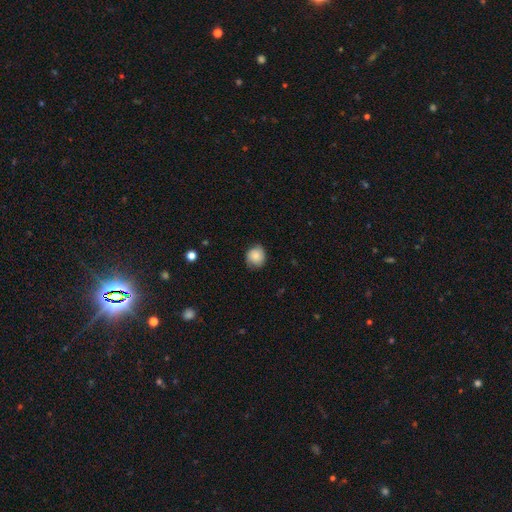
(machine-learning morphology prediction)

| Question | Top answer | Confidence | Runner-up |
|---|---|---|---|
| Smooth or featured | smooth | 81% | featured or disk (10%) |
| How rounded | round | 84% | in between (15%) |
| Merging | none | 77% | minor disturbance (19%) |